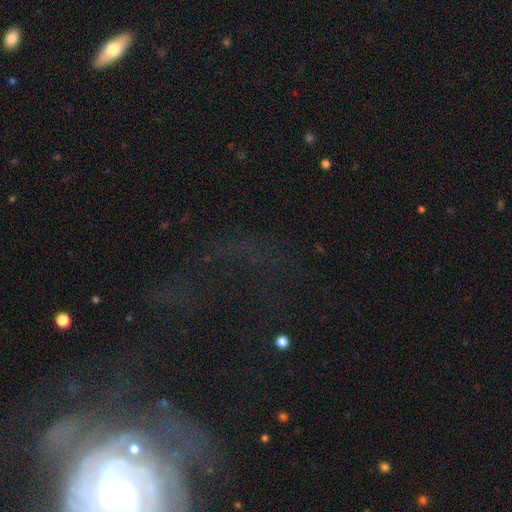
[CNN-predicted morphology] A featured or disk galaxy (44%).

Vote fractions:
- Smooth or featured? featured or disk: 44% / star or artifact: 39% / smooth: 18%
- Merging? none: 52% / major disturbance: 26% / minor disturbance: 14% / merger: 9%